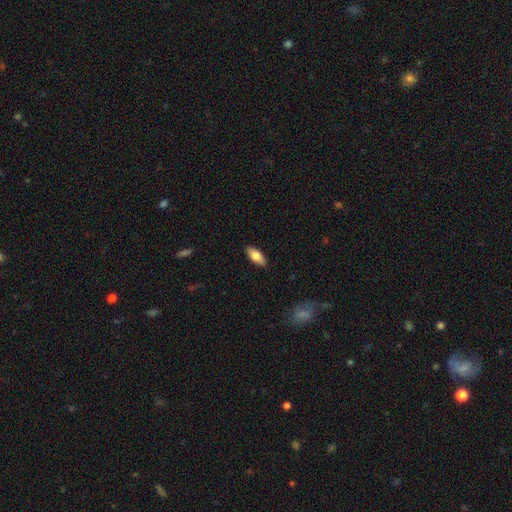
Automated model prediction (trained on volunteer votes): Q: Smooth or featured?
A: smooth (73%); runner-up: featured or disk (21%)
Q: How rounded?
A: in between (82%); runner-up: cigar-shaped (16%)
Q: Merging?
A: none (88%); runner-up: minor disturbance (9%)